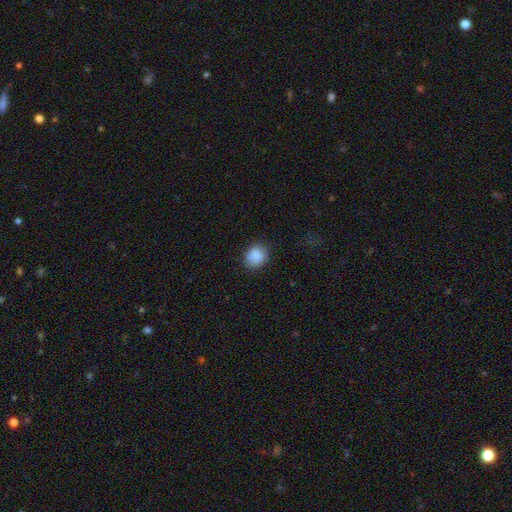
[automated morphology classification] smooth_or_featured: smooth (p=0.87) [alt: star or artifact p=0.08]
how_rounded: round (p=0.59) [alt: in between p=0.40]
merging: none (p=0.80) [alt: minor disturbance p=0.15]